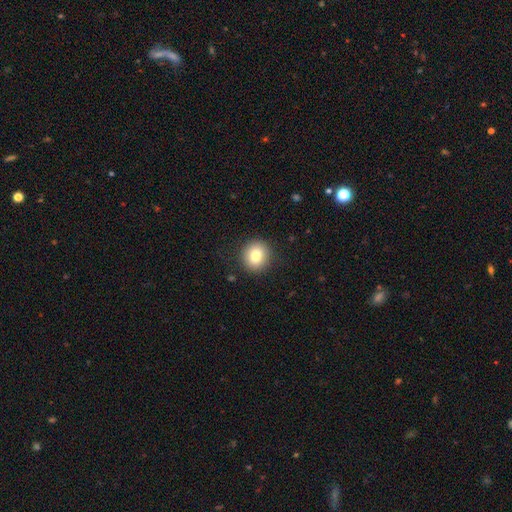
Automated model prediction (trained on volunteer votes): smooth_or_featured: smooth (p=0.81) [alt: star or artifact p=0.10]
how_rounded: round (p=0.86) [alt: in between p=0.13]
merging: none (p=0.89) [alt: minor disturbance p=0.07]